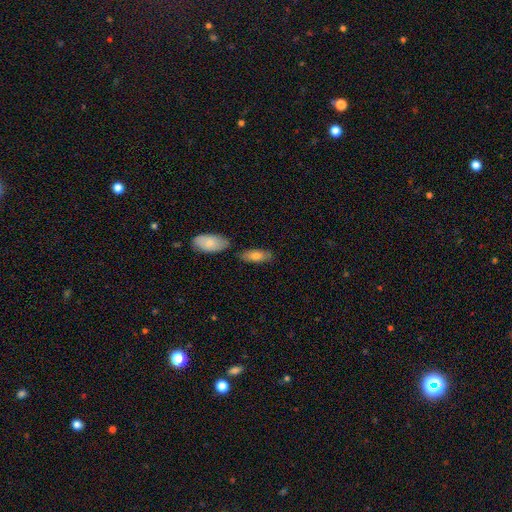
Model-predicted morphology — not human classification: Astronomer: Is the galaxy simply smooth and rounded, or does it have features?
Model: smooth — 75%.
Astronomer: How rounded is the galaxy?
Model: in between — 77%.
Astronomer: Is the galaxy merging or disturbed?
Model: none — 67%.